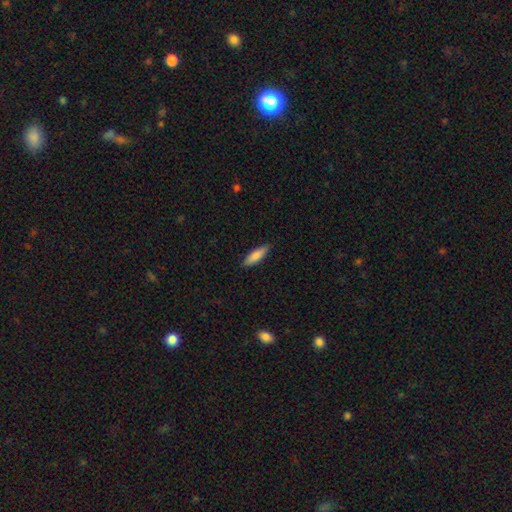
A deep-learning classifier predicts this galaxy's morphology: Overall: smooth (79%). How rounded: cigar-shaped (58%; in between 41%). Merging: none (85%).